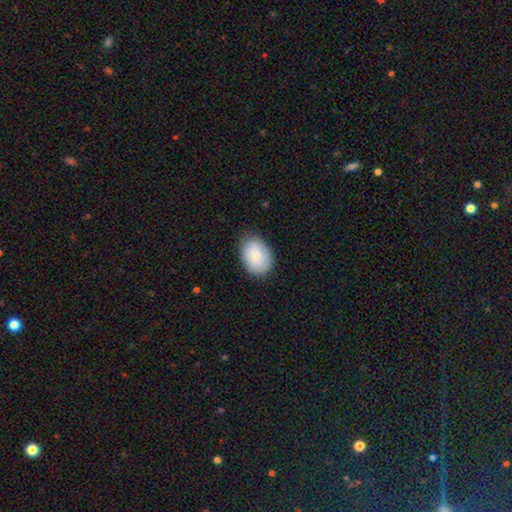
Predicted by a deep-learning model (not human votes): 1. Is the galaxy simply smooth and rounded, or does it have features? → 73% smooth, 21% featured or disk, 7% star or artifact.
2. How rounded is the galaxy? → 80% in between, 19% round, 1% cigar-shaped.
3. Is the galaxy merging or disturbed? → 79% none, 17% minor disturbance, 3% major disturbance, 1% merger.